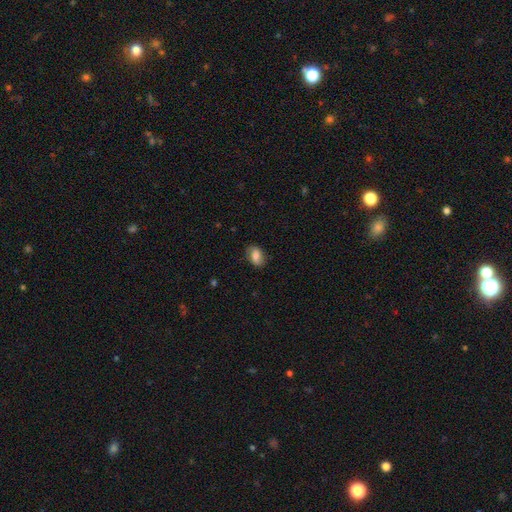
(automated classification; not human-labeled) Morphology: type=smooth (73%); roundness=in between (83%); merging=none (78%).